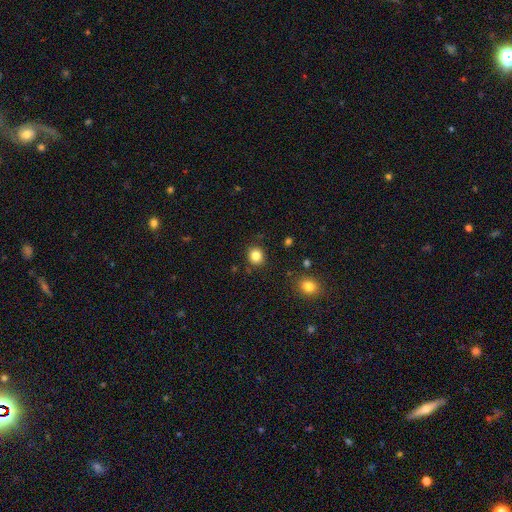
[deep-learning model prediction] Smooth or featured? Predicted: smooth (p=0.84). How rounded? Predicted: round (p=0.81). Merging? Predicted: none (p=0.88).